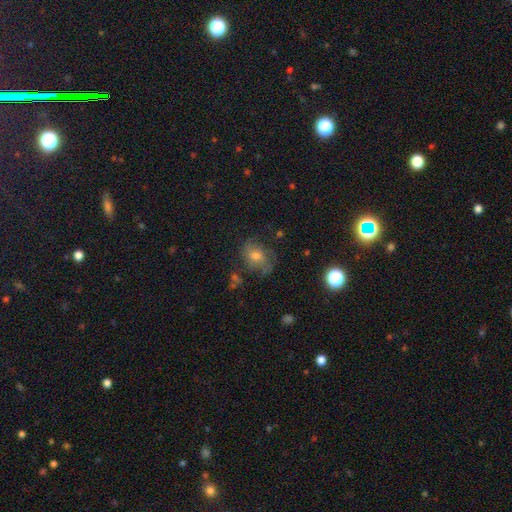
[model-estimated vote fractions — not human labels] Smooth or featured?
  - smooth: 41% *
  - featured or disk: 40%
  - star or artifact: 19%
Merging?
  - none: 64% *
  - minor disturbance: 21%
  - major disturbance: 12%
  - merger: 3%